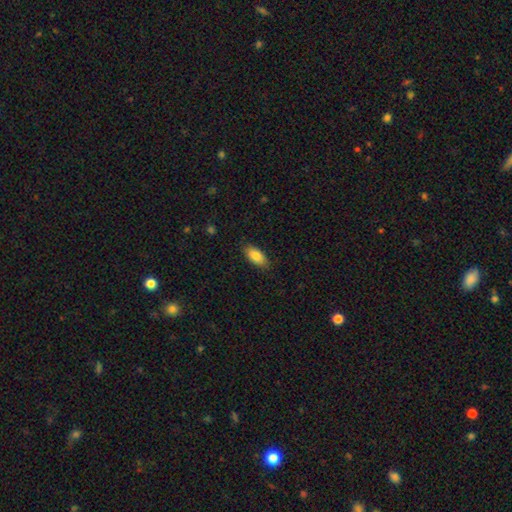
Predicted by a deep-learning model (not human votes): smooth_or_featured: smooth (p=0.84) [alt: featured or disk p=0.09]
how_rounded: in between (p=0.88) [alt: cigar-shaped p=0.09]
merging: none (p=0.86) [alt: minor disturbance p=0.11]